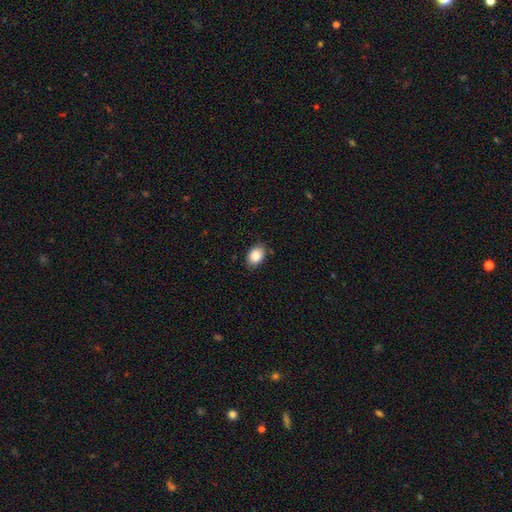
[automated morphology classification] Smooth or featured: smooth — 88% (star or artifact — 8%)
How rounded: in between — 82% (round — 17%)
Merging: none — 83% (minor disturbance — 14%)